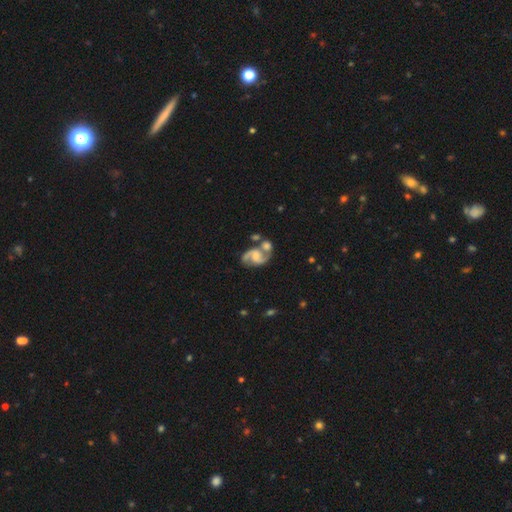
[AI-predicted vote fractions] Smooth or featured? Predicted: featured or disk (p=0.86). Edge-on disk? Predicted: no (p=0.98). Bar? Predicted: no (p=0.45). Spiral arms? Predicted: yes (p=0.96). Spiral winding? Predicted: medium (p=0.54). Spiral arm count? Predicted: 2 (p=0.93). Bulge size? Predicted: small (p=0.31). Merging? Predicted: none (p=0.47).